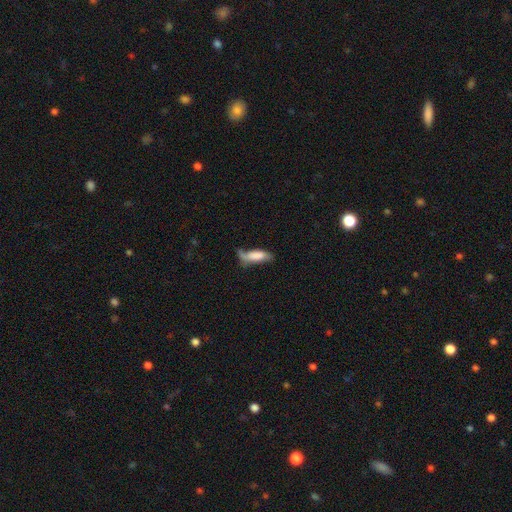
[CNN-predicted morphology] This is likely a smooth galaxy (68%). How rounded: likely in between (62%). Merging: marginally none (36%).